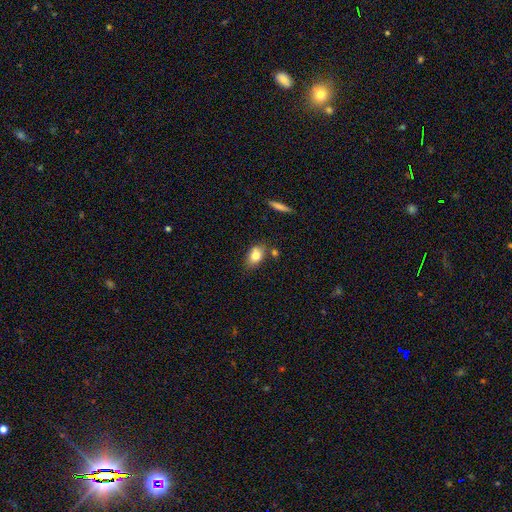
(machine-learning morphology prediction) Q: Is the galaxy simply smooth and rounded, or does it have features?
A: smooth — 78%.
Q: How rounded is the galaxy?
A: in between — 82%.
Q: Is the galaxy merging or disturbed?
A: none — 71%.